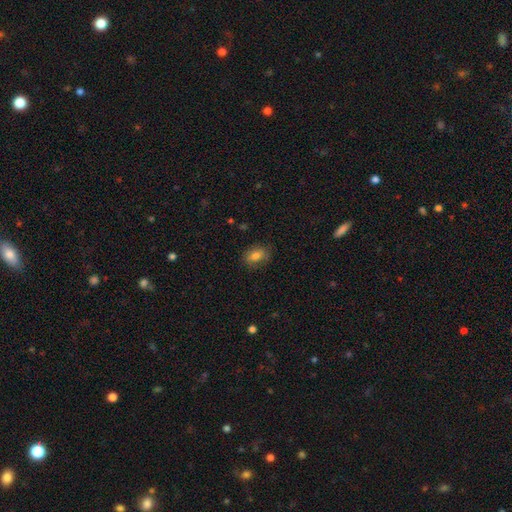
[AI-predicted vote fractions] A smooth galaxy with no disk features (76%) that is in between round and cigar-shaped (79%). Merging: none (80%).